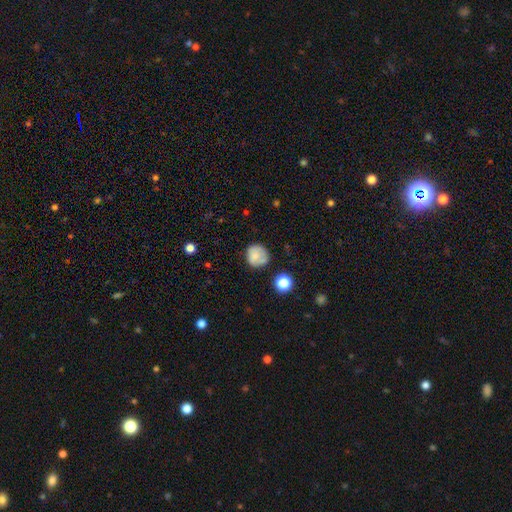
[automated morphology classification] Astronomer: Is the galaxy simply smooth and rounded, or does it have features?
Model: smooth — 76%.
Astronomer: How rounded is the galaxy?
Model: round — 85%.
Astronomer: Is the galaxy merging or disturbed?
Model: none — 67%.